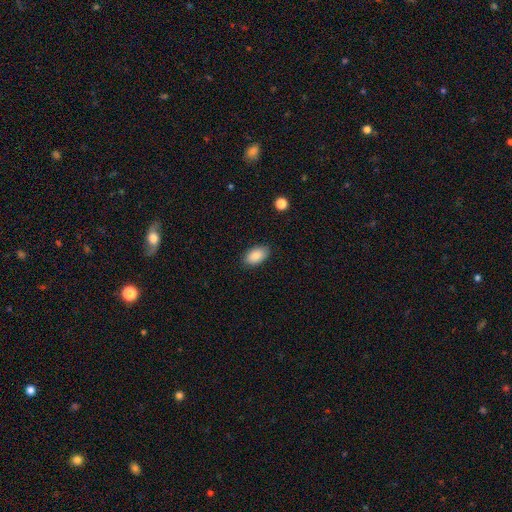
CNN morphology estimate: smooth_or_featured: smooth (p=0.89) [alt: star or artifact p=0.07]
how_rounded: in between (p=0.94) [alt: round p=0.04]
merging: none (p=0.86) [alt: minor disturbance p=0.11]